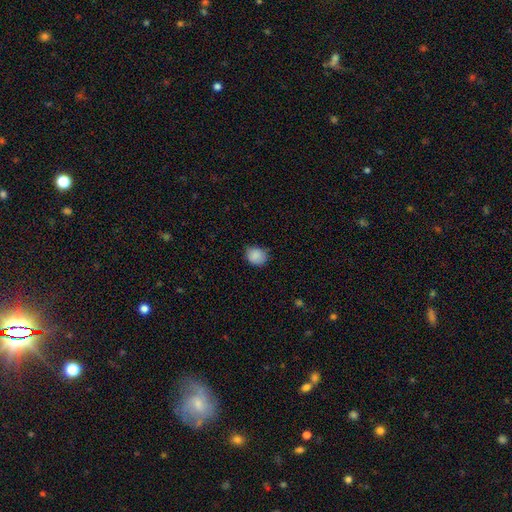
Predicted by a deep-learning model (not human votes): Overall: smooth (87%). How rounded: round (64%; in between 35%). Merging: none (73%).